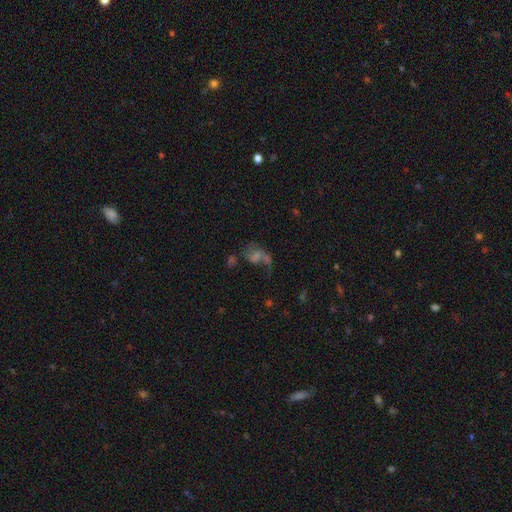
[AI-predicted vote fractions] Smooth or featured? featured or disk (48%)
Merging? major disturbance (36%)